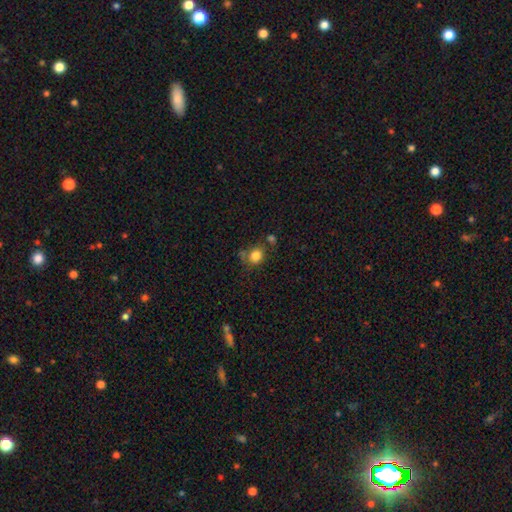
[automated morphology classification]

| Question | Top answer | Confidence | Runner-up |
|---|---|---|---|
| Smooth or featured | smooth | 82% | star or artifact (11%) |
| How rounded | round | 67% | in between (32%) |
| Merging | none | 60% | minor disturbance (19%) |